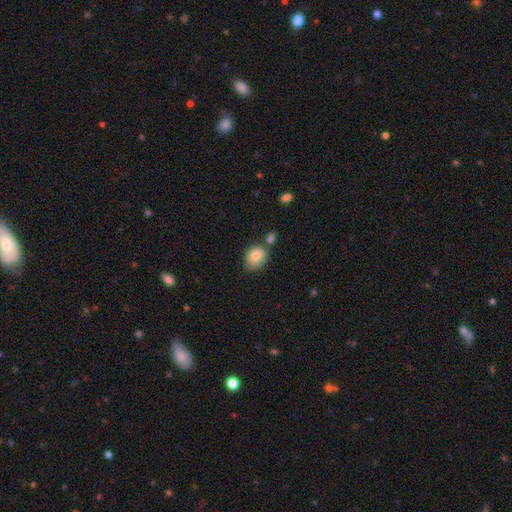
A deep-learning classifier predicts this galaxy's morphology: A smooth galaxy with no disk features (83%) that is in between round and cigar-shaped (55%). Merging: none (59%).